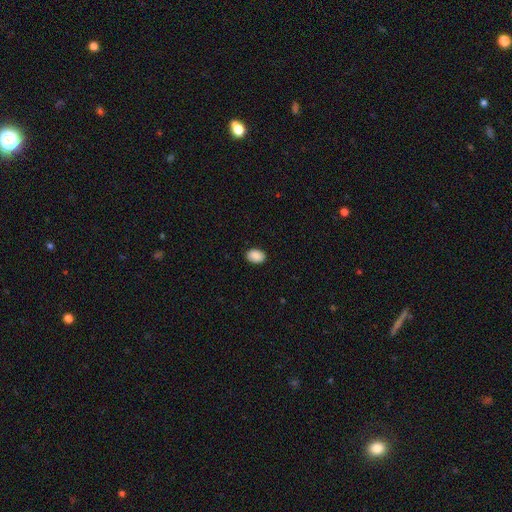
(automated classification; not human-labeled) Smooth or featured? smooth (90%)
How rounded? in between (80%)
Merging? none (89%)